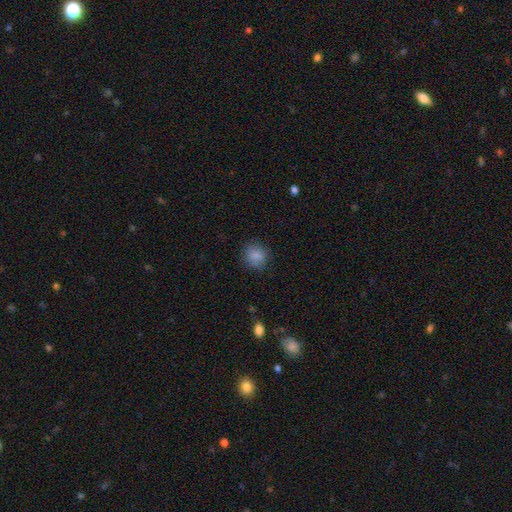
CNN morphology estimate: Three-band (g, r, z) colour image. It shows a smooth galaxy with no disk features (86%) that is round (80%). Merging: none (84%).